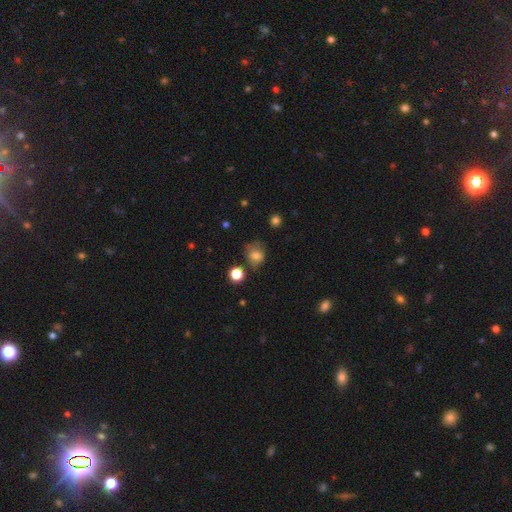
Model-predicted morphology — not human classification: Smooth or featured?
  - smooth: 75% *
  - star or artifact: 13%
  - featured or disk: 12%
How rounded?
  - round: 63% *
  - in between: 36%
  - cigar-shaped: 1%
Merging?
  - none: 55% *
  - minor disturbance: 27%
  - major disturbance: 13%
  - merger: 5%